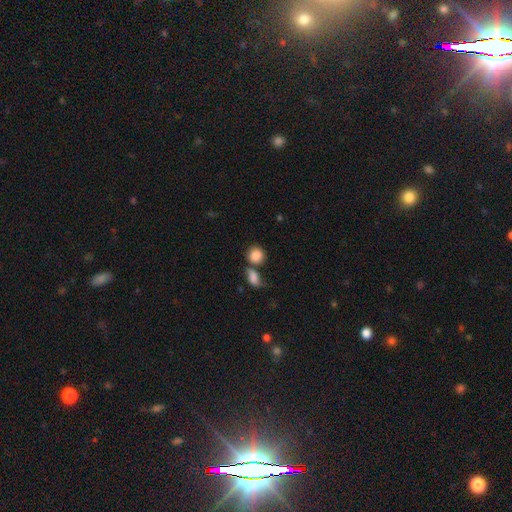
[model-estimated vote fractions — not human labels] This appears to be a smooth galaxy with no disk features (85%) that is round (81%). Merging: none (44%).